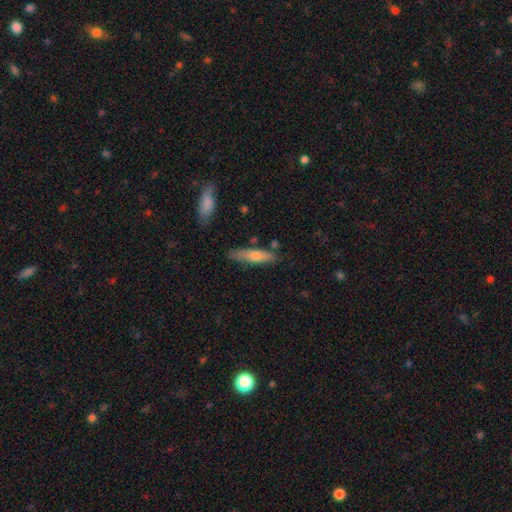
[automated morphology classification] Overall: smooth (63%; featured or disk 31%). How rounded: cigar-shaped (79%). Merging: none (75%).